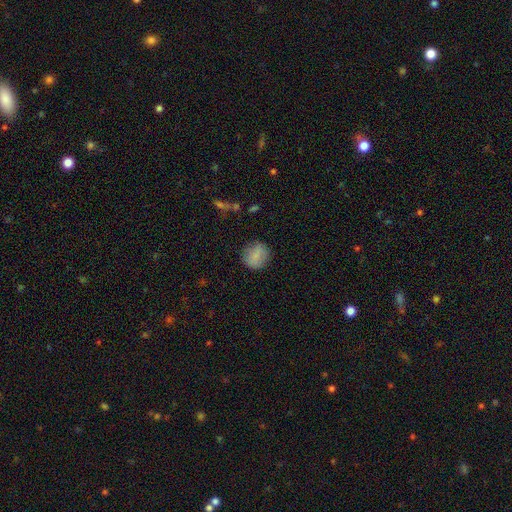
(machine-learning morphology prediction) Smooth or featured?
  - smooth: 83% *
  - star or artifact: 9%
  - featured or disk: 8%
How rounded?
  - round: 81% *
  - in between: 18%
  - cigar-shaped: 1%
Merging?
  - none: 82% *
  - minor disturbance: 13%
  - major disturbance: 4%
  - merger: 1%